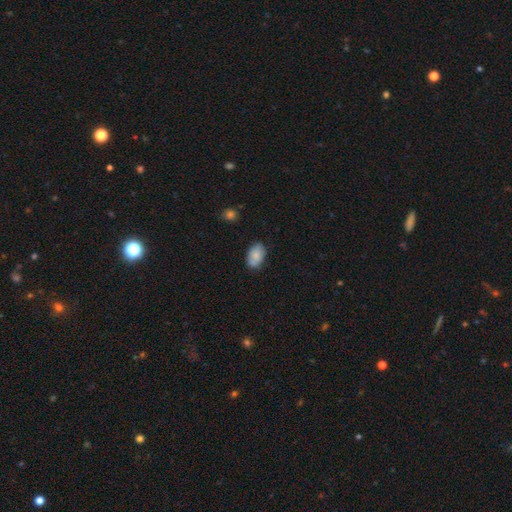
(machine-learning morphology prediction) Smooth or featured: smooth — 79% (featured or disk — 13%)
How rounded: in between — 90% (round — 9%)
Merging: none — 72% (minor disturbance — 21%)